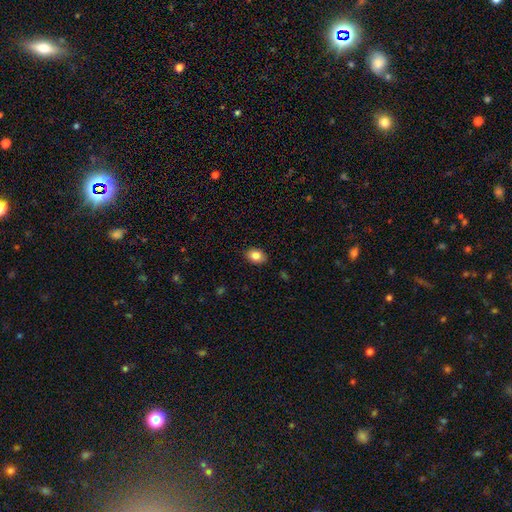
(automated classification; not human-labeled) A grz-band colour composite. It shows a smooth galaxy with no disk features (85%) that is in between round and cigar-shaped (75%). Merging: none (89%).